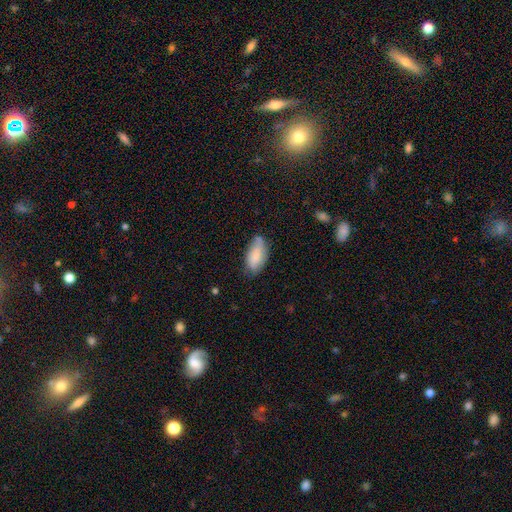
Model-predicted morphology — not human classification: Q: Smooth or featured?
A: smooth (79%); runner-up: featured or disk (14%)
Q: How rounded?
A: in between (93%); runner-up: cigar-shaped (5%)
Q: Merging?
A: none (59%); runner-up: minor disturbance (31%)